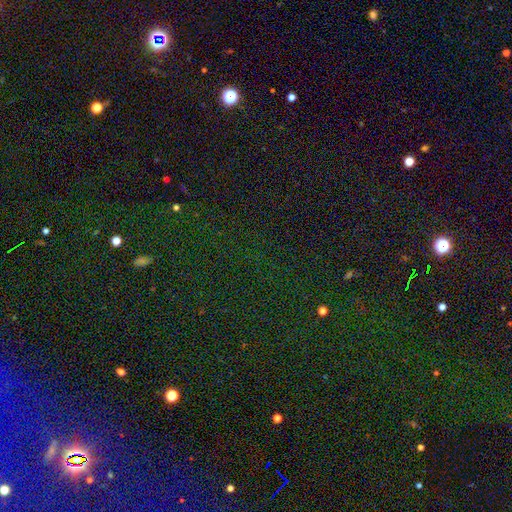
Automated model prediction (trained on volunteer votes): Smooth or featured: star or artifact — 80% (smooth — 13%)